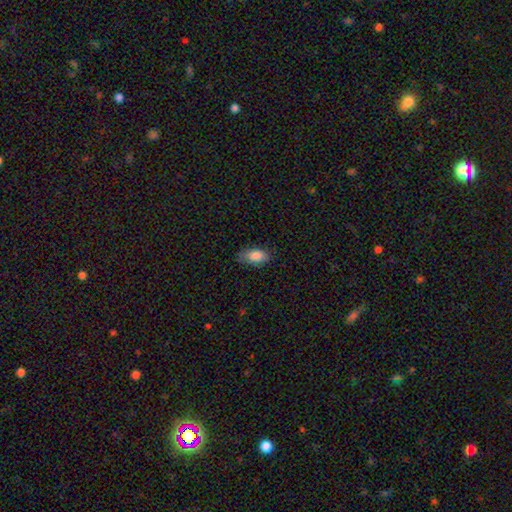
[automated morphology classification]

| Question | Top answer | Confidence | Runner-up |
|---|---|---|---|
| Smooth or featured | smooth | 86% | star or artifact (7%) |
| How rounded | in between | 91% | round (5%) |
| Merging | none | 72% | minor disturbance (22%) |